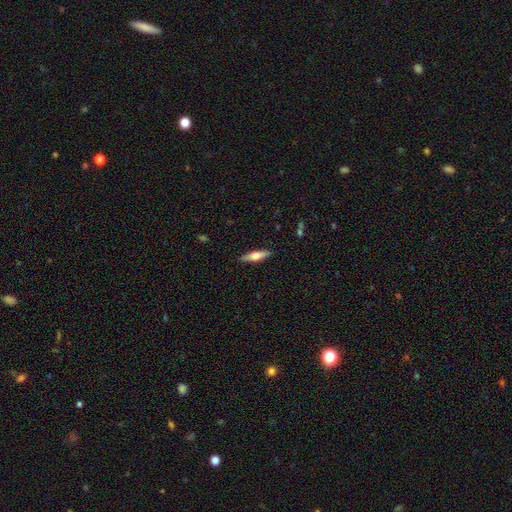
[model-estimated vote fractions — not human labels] smooth 51%, featured or disk 43%, star or artifact 6%. Down the decision tree: how rounded — cigar-shaped (69%); merging — none (89%).